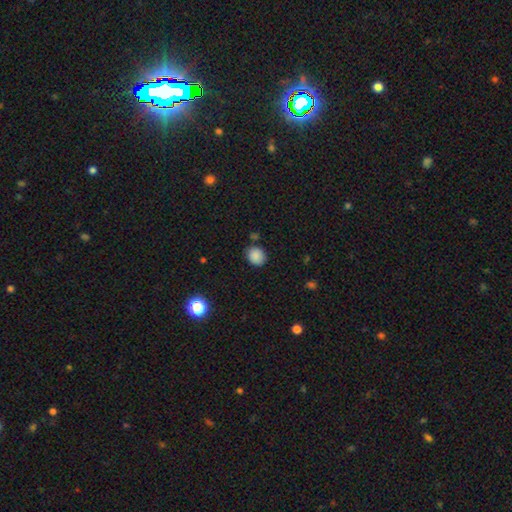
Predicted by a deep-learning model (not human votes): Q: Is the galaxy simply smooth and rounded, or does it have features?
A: smooth — 86%.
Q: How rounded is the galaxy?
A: round — 64%.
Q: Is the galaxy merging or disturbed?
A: none — 80%.